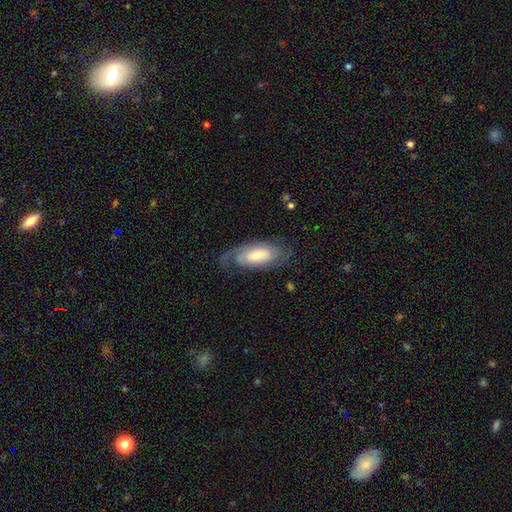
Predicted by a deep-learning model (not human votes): smooth_or_featured: featured or disk (p=0.66) [alt: smooth p=0.27]
disk_edge_on: no (p=0.91) [alt: yes p=0.09]
bar: no (p=0.56) [alt: weak p=0.33]
has_spiral_arms: yes (p=0.89) [alt: no p=0.11]
spiral_winding: tight (p=0.45) [alt: medium p=0.38]
spiral_arm_count: 2 (p=0.58) [alt: can't tell p=0.22]
bulge_size: moderate (p=0.41) [alt: small p=0.37]
merging: none (p=0.67) [alt: minor disturbance p=0.19]